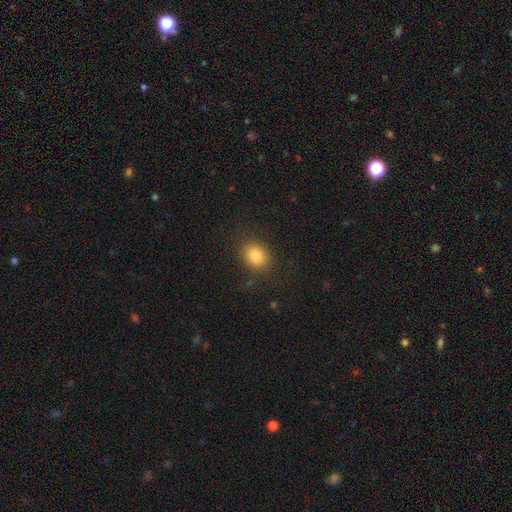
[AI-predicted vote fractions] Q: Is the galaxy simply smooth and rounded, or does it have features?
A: smooth — 83%.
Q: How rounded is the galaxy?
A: in between — 54%.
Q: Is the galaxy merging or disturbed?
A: none — 84%.